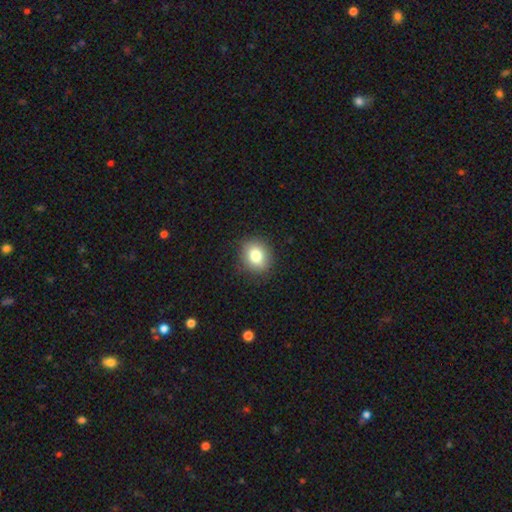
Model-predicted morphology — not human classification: A smooth galaxy with no disk features (79%) that is round (69%).

Vote fractions:
- Smooth or featured? smooth: 79% / star or artifact: 11% / featured or disk: 10%
- How rounded? round: 69% / in between: 30% / cigar-shaped: 1%
- Merging? none: 87% / minor disturbance: 9% / major disturbance: 2% / merger: 1%